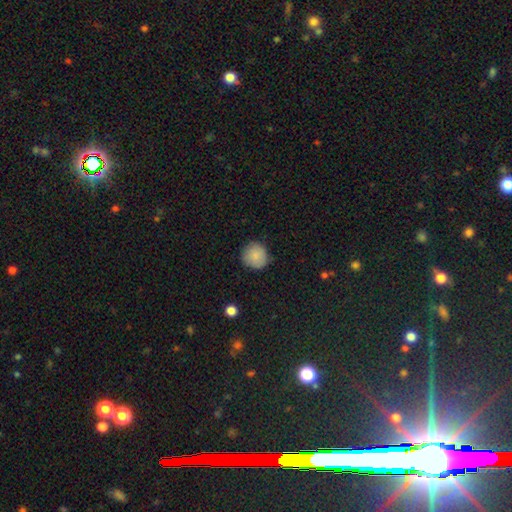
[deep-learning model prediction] smooth 86%, star or artifact 8%, featured or disk 6%. Down the decision tree: how rounded — round (93%); merging — none (84%).